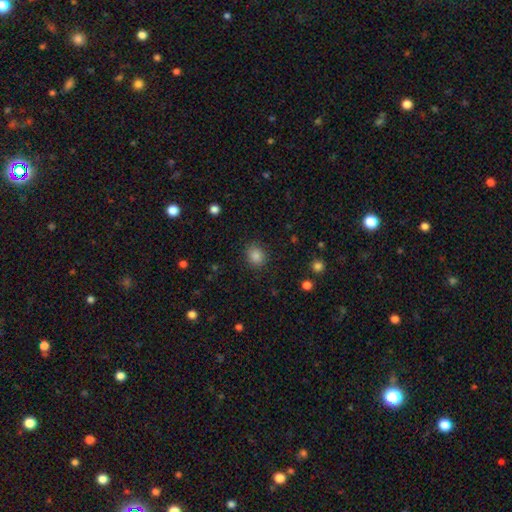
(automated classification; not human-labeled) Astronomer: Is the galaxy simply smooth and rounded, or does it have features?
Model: smooth — 84%.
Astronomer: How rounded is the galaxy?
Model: round — 67%.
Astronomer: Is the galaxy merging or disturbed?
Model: none — 86%.